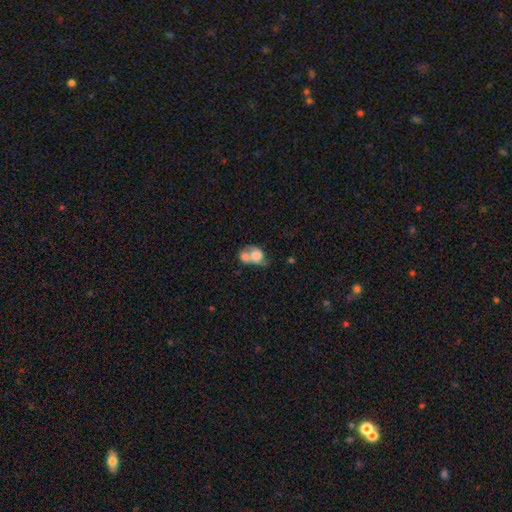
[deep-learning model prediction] A smooth galaxy with no disk features (62%) that is in between round and cigar-shaped (53%).

Vote fractions:
- Smooth or featured? smooth: 62% / featured or disk: 29% / star or artifact: 9%
- How rounded? in between: 53% / round: 46% / cigar-shaped: 1%
- Merging? merger: 68% / none: 14% / major disturbance: 10% / minor disturbance: 9%